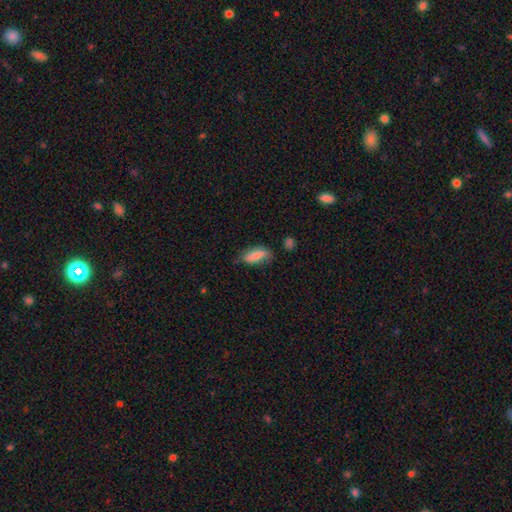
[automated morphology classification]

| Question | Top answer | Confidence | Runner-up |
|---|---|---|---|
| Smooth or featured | smooth | 82% | featured or disk (11%) |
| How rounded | in between | 77% | cigar-shaped (21%) |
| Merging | none | 58% | minor disturbance (31%) |